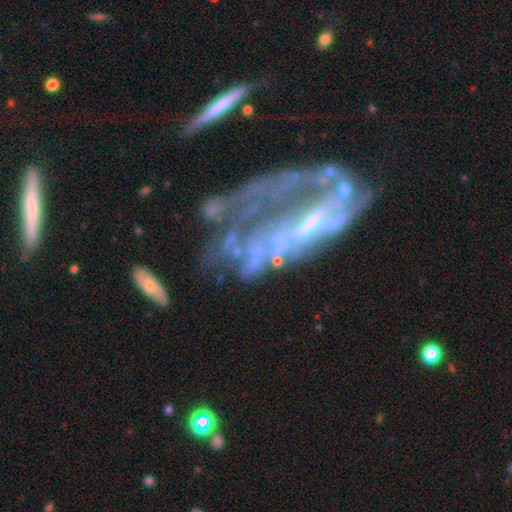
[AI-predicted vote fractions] Overall: featured or disk (76%). Edge-on disk: no (92%). Bar: no (48%; weak 33%). Spiral arms: no (51%; yes 49%). Bulge size: small (38%; none 35%). Merging: major disturbance (45%; none 24%).